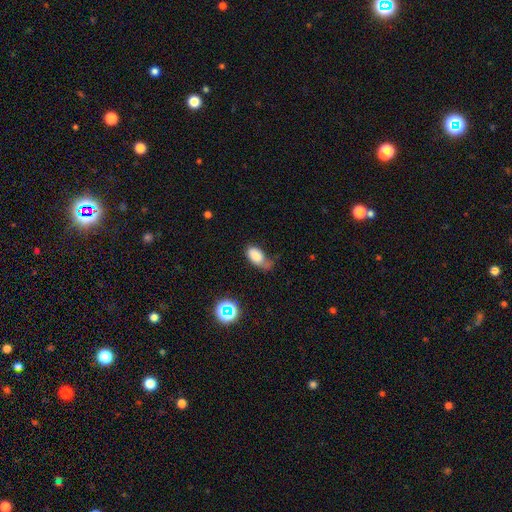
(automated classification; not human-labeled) Morphology: type=smooth (78%); roundness=in between (91%); merging=minor disturbance (34%).